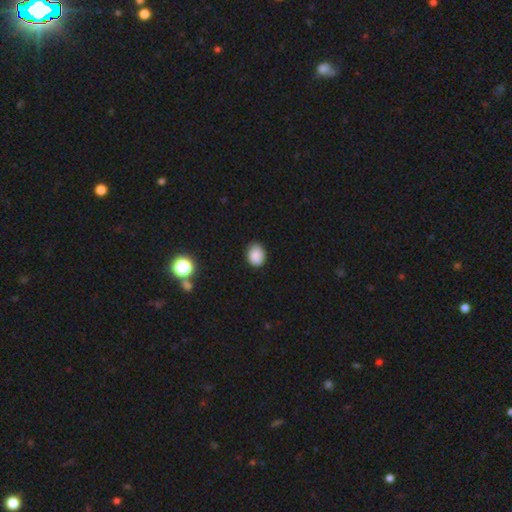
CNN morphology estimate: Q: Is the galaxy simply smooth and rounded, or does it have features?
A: smooth — 86%.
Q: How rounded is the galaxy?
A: in between — 55%.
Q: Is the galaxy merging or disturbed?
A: none — 82%.